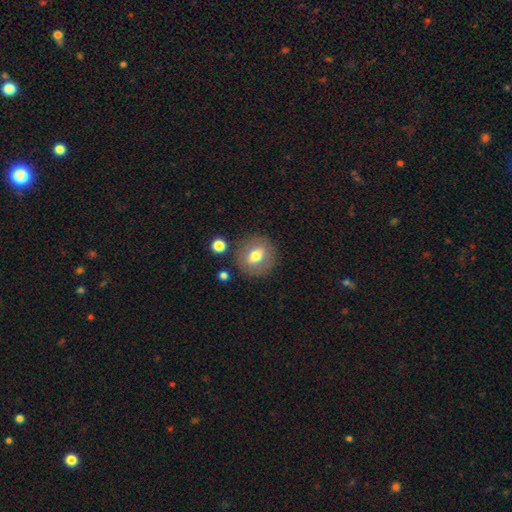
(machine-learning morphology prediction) A smooth galaxy with no disk features (62%) that is round (67%). Merging: none (84%).